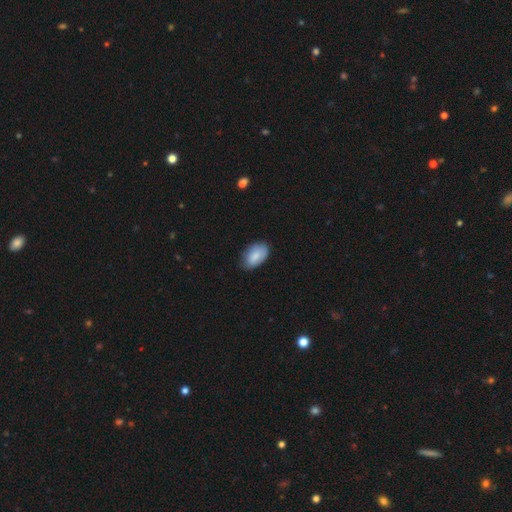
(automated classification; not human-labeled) A smooth galaxy with no disk features (84%) that is in between round and cigar-shaped (92%).

Vote fractions:
- Smooth or featured? smooth: 84% / featured or disk: 10% / star or artifact: 6%
- How rounded? in between: 92% / round: 6% / cigar-shaped: 1%
- Merging? none: 75% / minor disturbance: 21% / major disturbance: 3% / merger: 1%